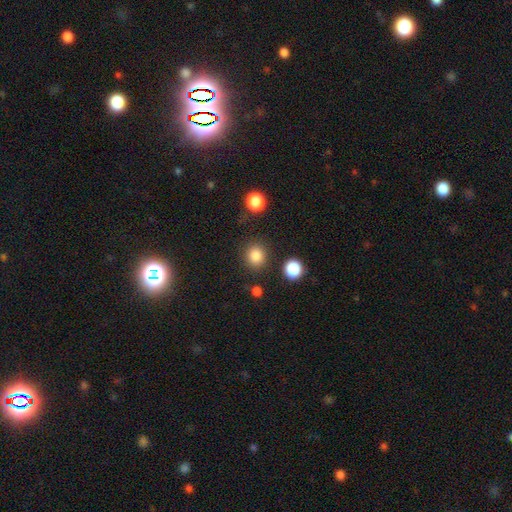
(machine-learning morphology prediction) Smooth or featured? smooth (84%)
How rounded? round (87%)
Merging? none (87%)